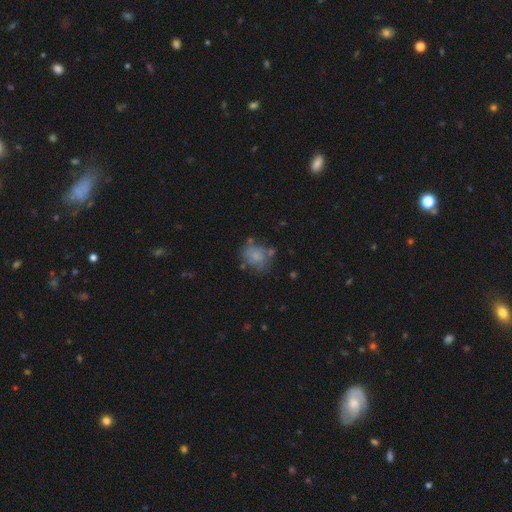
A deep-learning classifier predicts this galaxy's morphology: smooth_or_featured: smooth (p=0.69) [alt: featured or disk p=0.20]
how_rounded: round (p=0.55) [alt: in between p=0.44]
merging: none (p=0.53) [alt: minor disturbance p=0.24]